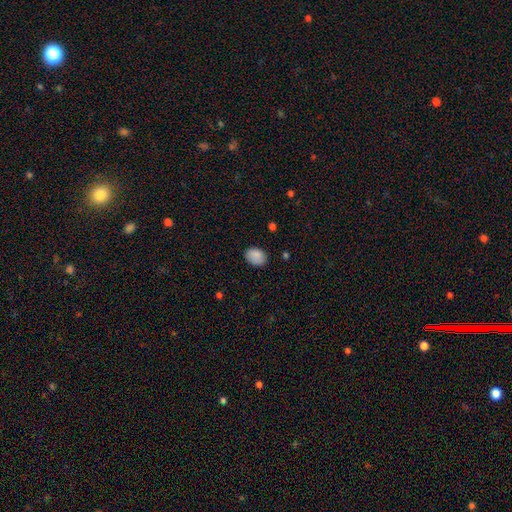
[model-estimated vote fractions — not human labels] Morphology: type=smooth (88%); roundness=in between (74%); merging=none (82%).